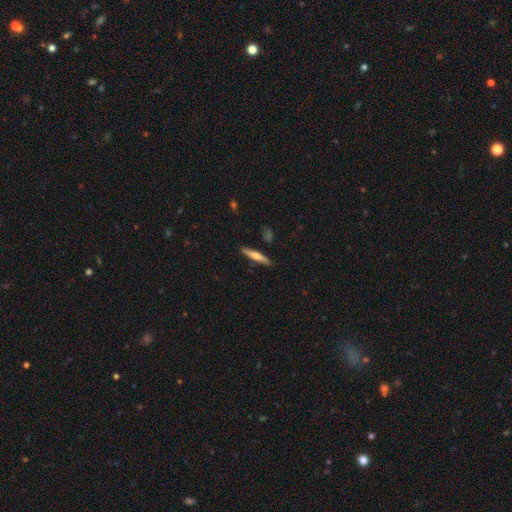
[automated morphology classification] Smooth or featured: smooth — 48% (featured or disk — 46%)
Merging: none — 87% (minor disturbance — 10%)